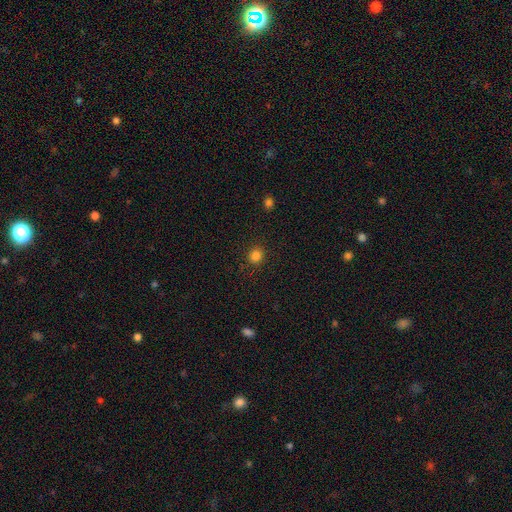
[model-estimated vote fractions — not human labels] smooth 83%, star or artifact 13%, featured or disk 4%. Down the decision tree: how rounded — round (87%); merging — none (91%).